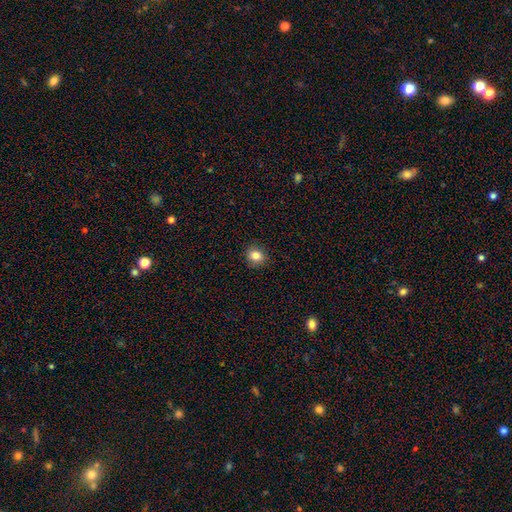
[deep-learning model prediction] Smooth or featured? smooth (83%)
How rounded? round (71%)
Merging? none (89%)